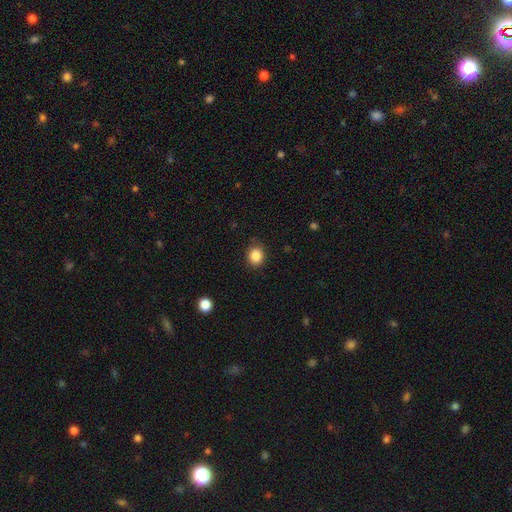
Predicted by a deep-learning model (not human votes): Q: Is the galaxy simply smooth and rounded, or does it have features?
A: smooth — 86%.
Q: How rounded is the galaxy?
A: round — 74%.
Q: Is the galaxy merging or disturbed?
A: none — 88%.